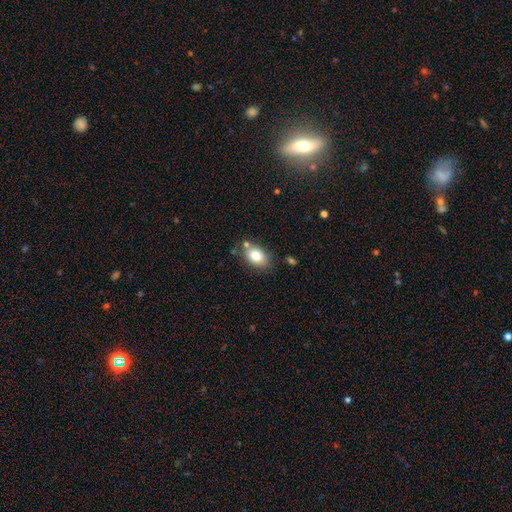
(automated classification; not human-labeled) Overall: smooth (80%). How rounded: in between (81%). Merging: none (73%).